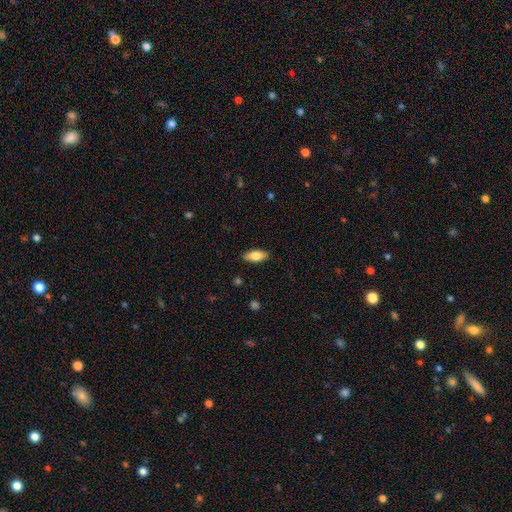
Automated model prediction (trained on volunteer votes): A smooth galaxy with no disk features (79%) that is in between round and cigar-shaped (85%).

Vote fractions:
- Smooth or featured? smooth: 79% / featured or disk: 14% / star or artifact: 6%
- How rounded? in between: 85% / cigar-shaped: 13% / round: 2%
- Merging? none: 89% / minor disturbance: 8% / major disturbance: 2% / merger: 1%